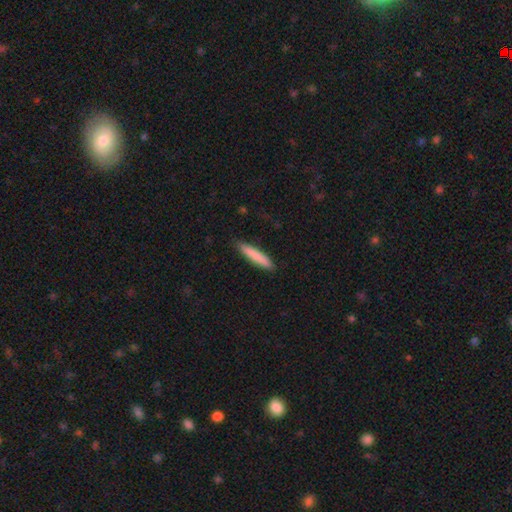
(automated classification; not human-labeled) smooth-or-featured: smooth: 83% | featured or disk: 12% | star or artifact: 5%
  how-rounded: cigar-shaped: 92% | in between: 7% | round: 1%
  merging: none: 89% | minor disturbance: 8% | major disturbance: 2% | merger: 1%